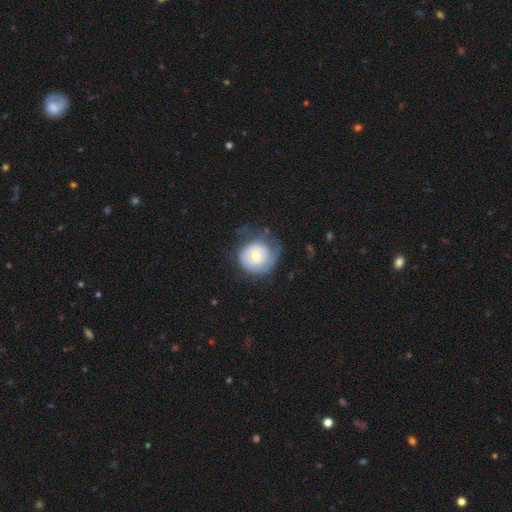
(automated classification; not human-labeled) The model was most divided on "smooth or featured": smooth: 52%, featured or disk: 42%, star or artifact: 7%. Remaining: how rounded — round (88%); merging — none (47%).